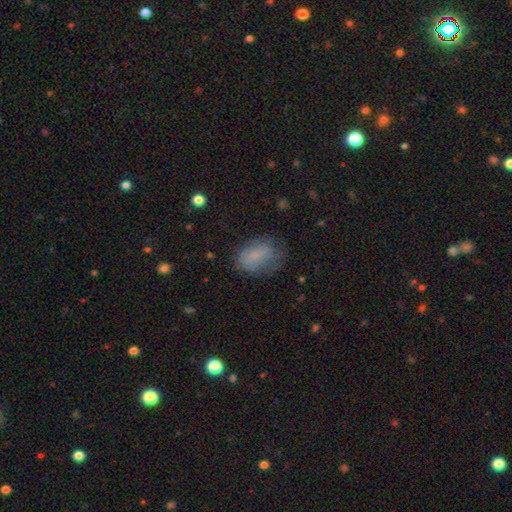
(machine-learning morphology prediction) smooth-or-featured: smooth: 75% | featured or disk: 16% | star or artifact: 9%
  how-rounded: in between: 86% | round: 12% | cigar-shaped: 2%
  merging: none: 57% | minor disturbance: 28% | major disturbance: 14% | merger: 2%